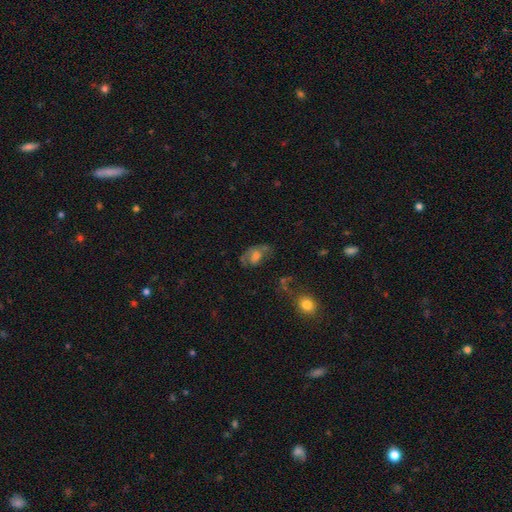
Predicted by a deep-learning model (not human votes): A featured or disk galaxy (48%). Merging: none (40%).